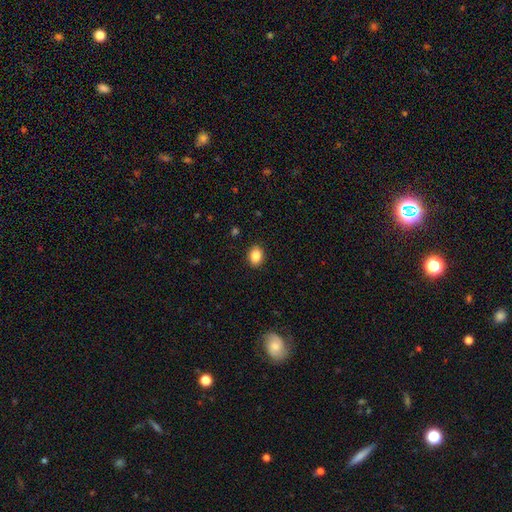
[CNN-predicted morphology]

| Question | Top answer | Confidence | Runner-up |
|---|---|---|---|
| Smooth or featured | smooth | 88% | star or artifact (8%) |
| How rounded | in between | 72% | round (27%) |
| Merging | none | 89% | minor disturbance (8%) |